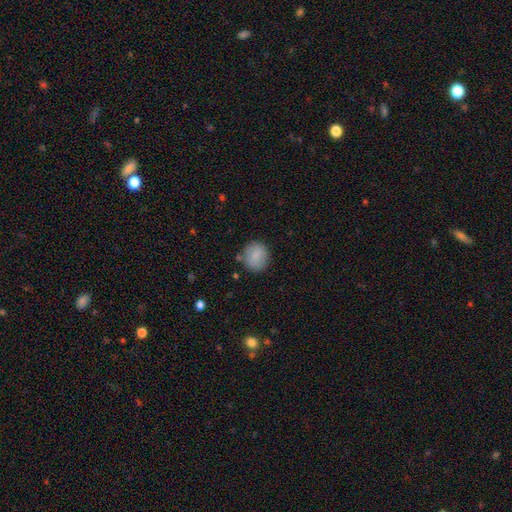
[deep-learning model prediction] The model was most divided on "how rounded": round: 82%, in between: 17%, cigar-shaped: 1%. More confident: smooth or featured — smooth (84%); merging — none (82%).